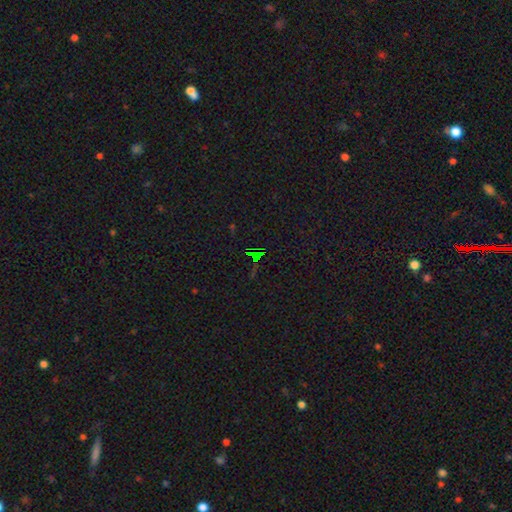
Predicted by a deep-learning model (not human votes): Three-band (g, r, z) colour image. It shows a star or artifact, not a galaxy (75%).